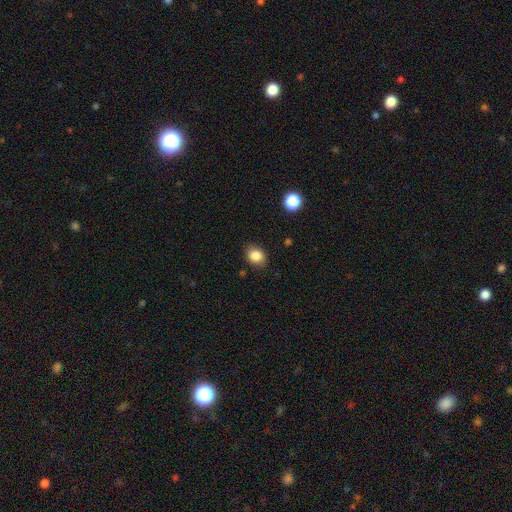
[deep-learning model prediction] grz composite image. It shows a smooth galaxy with no disk features (85%) that is in between round and cigar-shaped (50%). Merging: none (84%).